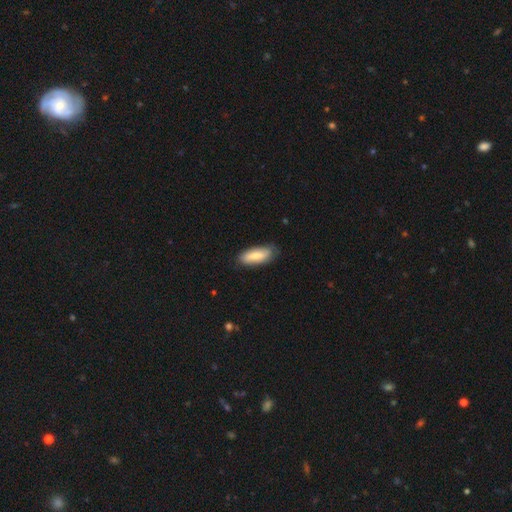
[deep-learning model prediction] smooth-or-featured: smooth: 76% | featured or disk: 18% | star or artifact: 6%
  how-rounded: in between: 68% | cigar-shaped: 30% | round: 2%
  merging: none: 79% | minor disturbance: 17% | major disturbance: 3% | merger: 1%